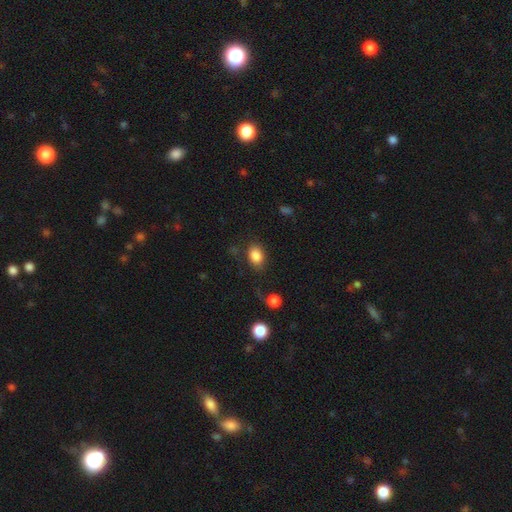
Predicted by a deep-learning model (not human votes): Smooth or featured? smooth (86%)
How rounded? in between (75%)
Merging? none (75%)